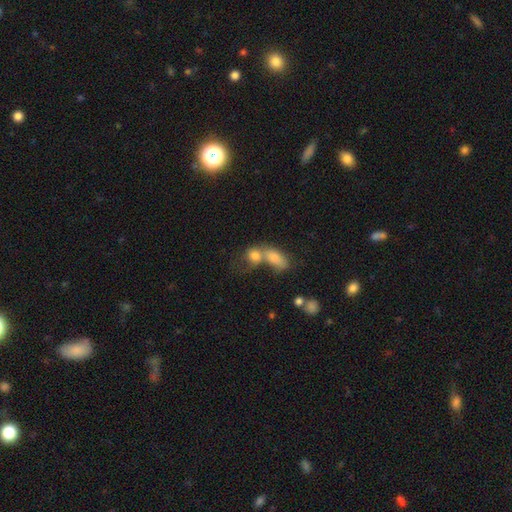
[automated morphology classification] A smooth galaxy with no disk features (78%) that is in between round and cigar-shaped (59%). Merging: merger (67%).